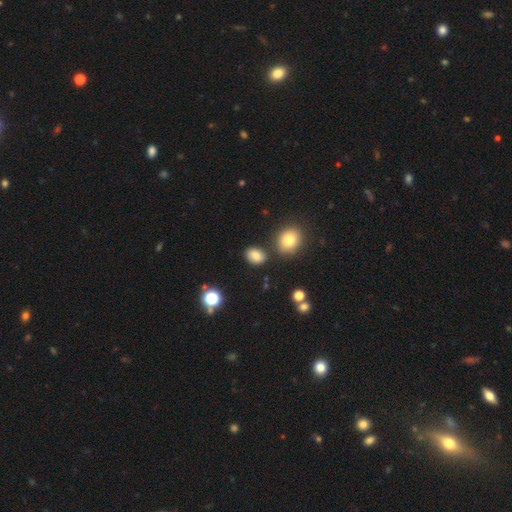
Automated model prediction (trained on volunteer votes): A smooth galaxy with no disk features (79%) that is in between round and cigar-shaped (63%). Merging: none (79%).